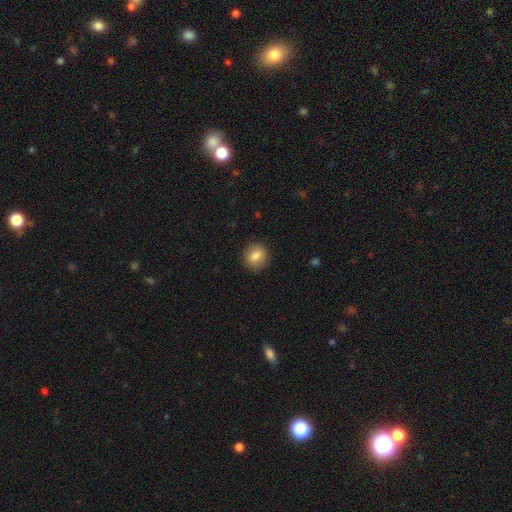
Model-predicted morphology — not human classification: Smooth or featured?
  - smooth: 80% *
  - featured or disk: 11%
  - star or artifact: 9%
How rounded?
  - round: 80% *
  - in between: 19%
  - cigar-shaped: 1%
Merging?
  - none: 89% *
  - minor disturbance: 8%
  - major disturbance: 2%
  - merger: 1%